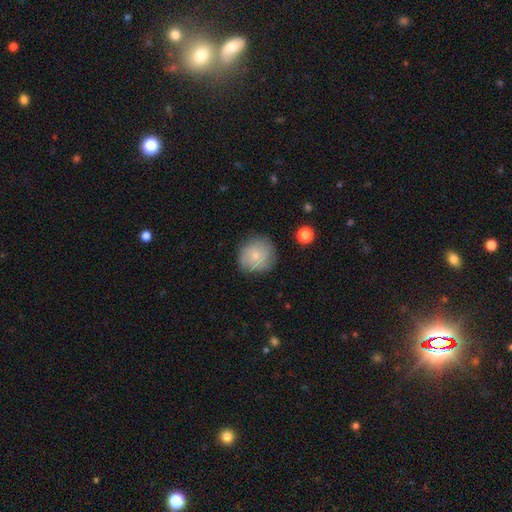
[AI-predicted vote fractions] smooth 75%, featured or disk 18%, star or artifact 7%. Down the decision tree: how rounded — round (89%); merging — none (77%).